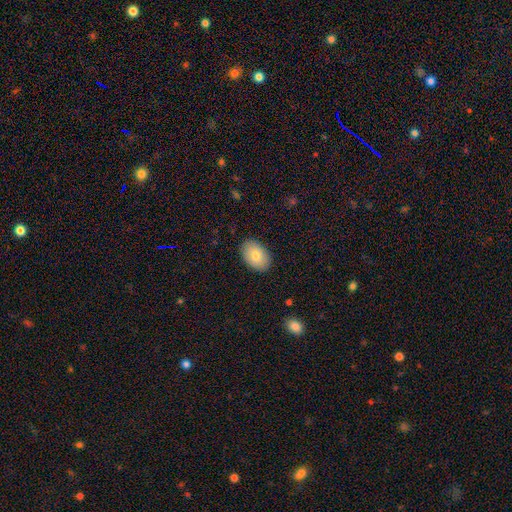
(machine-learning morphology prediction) Q: Smooth or featured?
A: smooth (82%); runner-up: featured or disk (12%)
Q: How rounded?
A: in between (91%); runner-up: round (8%)
Q: Merging?
A: none (88%); runner-up: minor disturbance (9%)